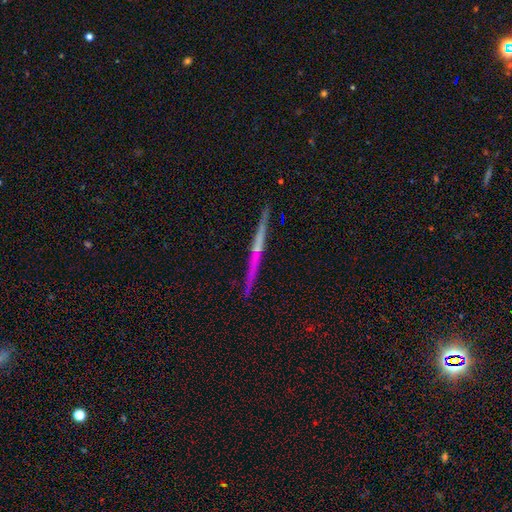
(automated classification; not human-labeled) This is likely a featured or disk galaxy (73%). It is clearly viewed edge-on (98%). Edge-on bulge: possibly none (50%). Merging: clearly none (92%).